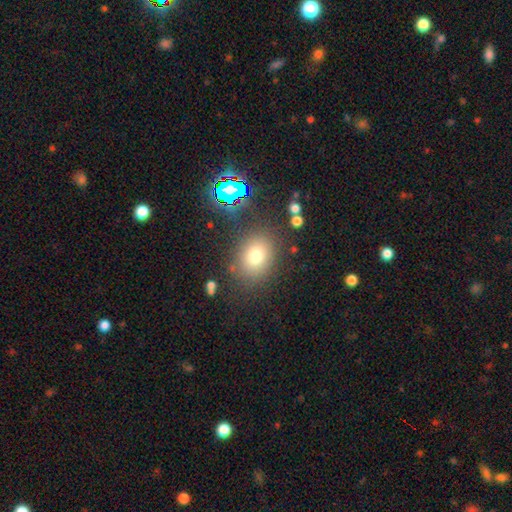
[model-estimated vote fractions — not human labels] This appears to be a smooth galaxy with no disk features (73%) that is round (52%). Merging: none (81%).